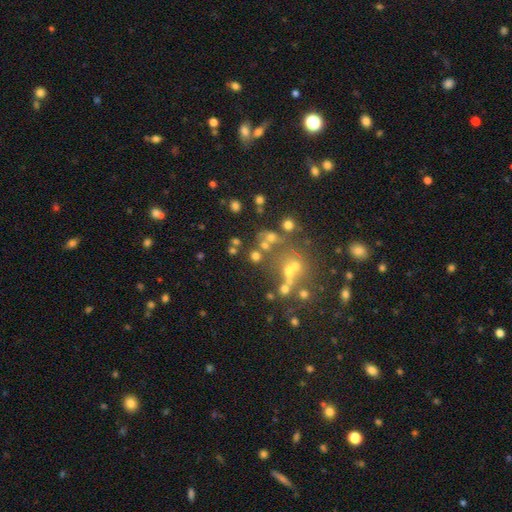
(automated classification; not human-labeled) Smooth or featured: smooth — 55% (star or artifact — 26%)
How rounded: round — 80% (in between — 18%)
Merging: none — 59% (merger — 21%)